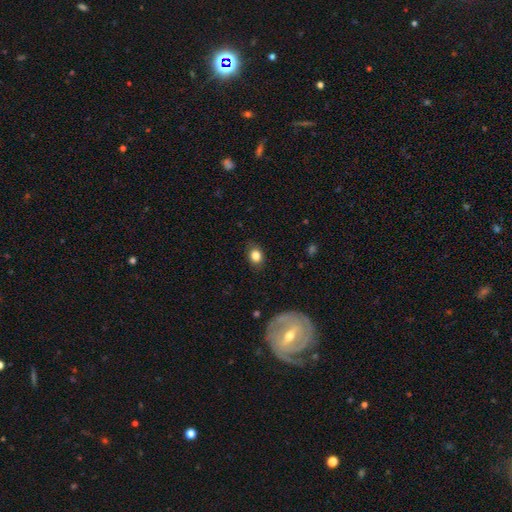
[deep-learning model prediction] Smooth or featured?
  - smooth: 83% *
  - star or artifact: 10%
  - featured or disk: 8%
How rounded?
  - in between: 59% *
  - round: 40%
  - cigar-shaped: 1%
Merging?
  - none: 83% *
  - minor disturbance: 13%
  - major disturbance: 3%
  - merger: 1%